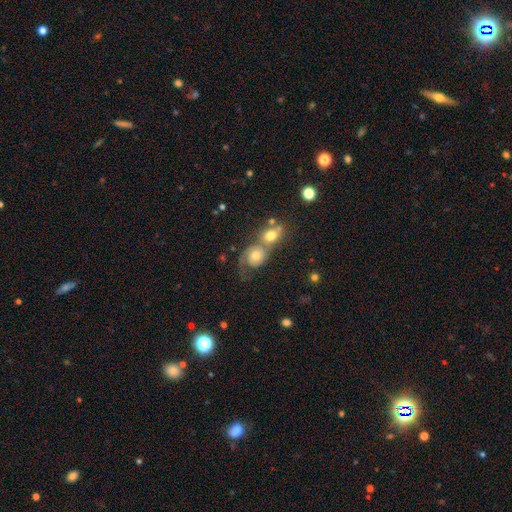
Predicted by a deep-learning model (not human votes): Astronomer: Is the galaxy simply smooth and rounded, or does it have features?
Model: featured or disk — 52% (runner-up: smooth, 38%).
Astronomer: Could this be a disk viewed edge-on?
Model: no — 97%.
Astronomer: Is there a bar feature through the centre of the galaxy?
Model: no — 80%.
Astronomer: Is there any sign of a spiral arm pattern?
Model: yes — 79%.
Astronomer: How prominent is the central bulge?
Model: moderate — 60%.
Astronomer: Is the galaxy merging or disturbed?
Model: merger — 55%.